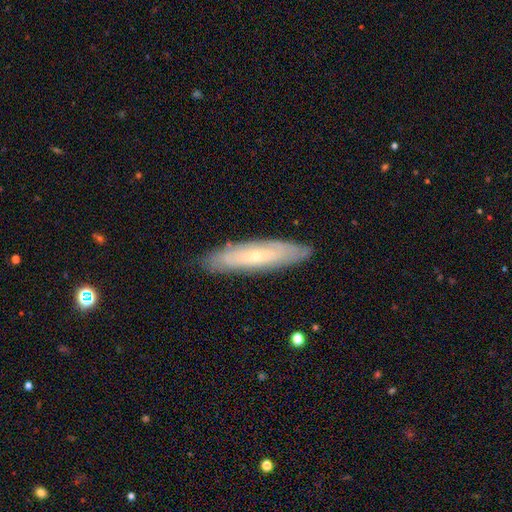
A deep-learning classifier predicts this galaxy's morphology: Smooth or featured? featured or disk (60%)
Edge-on disk? no (55%)
Merging? none (85%)